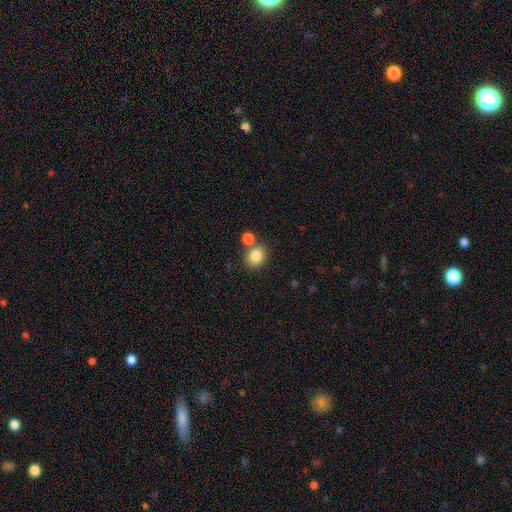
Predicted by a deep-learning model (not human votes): Smooth or featured?
  - smooth: 84% *
  - star or artifact: 10%
  - featured or disk: 6%
How rounded?
  - round: 62% *
  - in between: 38%
  - cigar-shaped: 1%
Merging?
  - none: 64% *
  - merger: 23%
  - minor disturbance: 10%
  - major disturbance: 3%